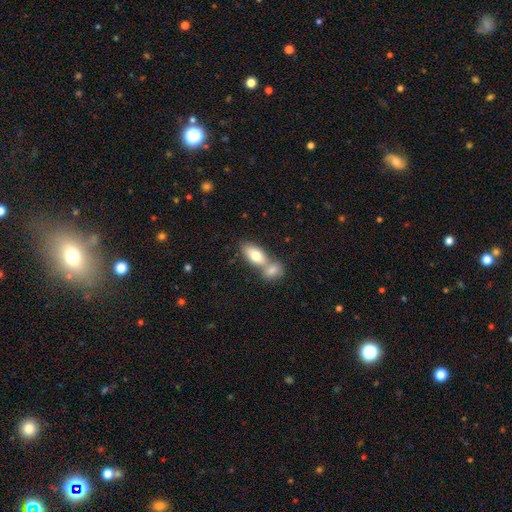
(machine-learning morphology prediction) type=smooth (76%); roundness=in between (87%); merging=merger (58%).